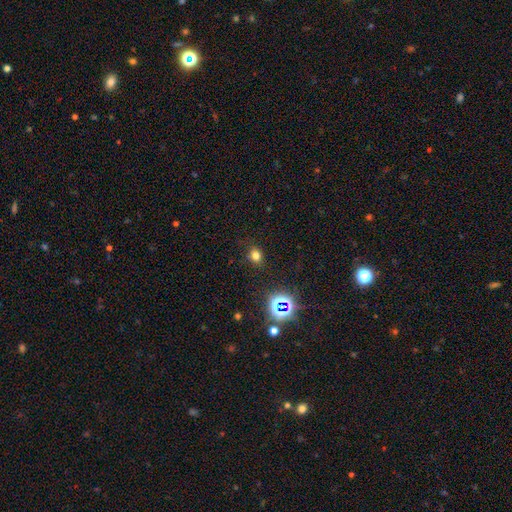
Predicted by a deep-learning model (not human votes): This appears to be a smooth galaxy with no disk features (71%) that is round (65%). Merging: none (84%).